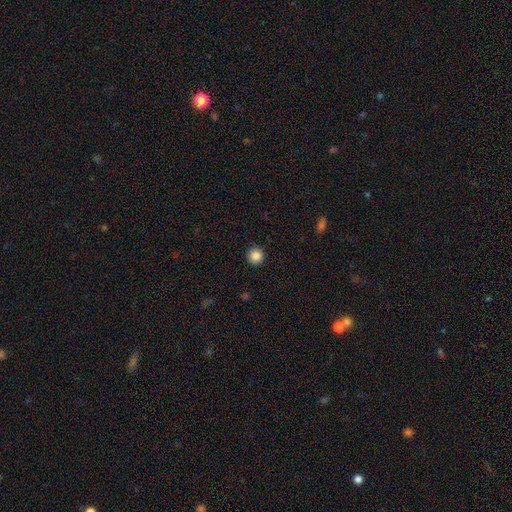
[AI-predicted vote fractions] Smooth or featured? Predicted: smooth (p=0.85). How rounded? Predicted: round (p=0.94). Merging? Predicted: none (p=0.92).